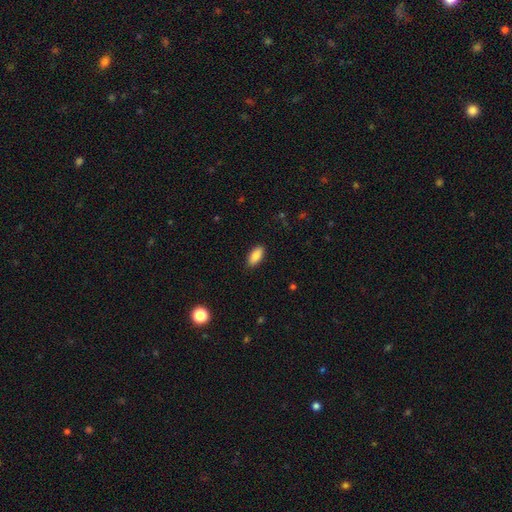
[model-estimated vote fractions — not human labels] The model was most divided on "how rounded": in between: 85%, cigar-shaped: 13%, round: 2%. More confident: merging — none (89%); smooth or featured — smooth (87%).